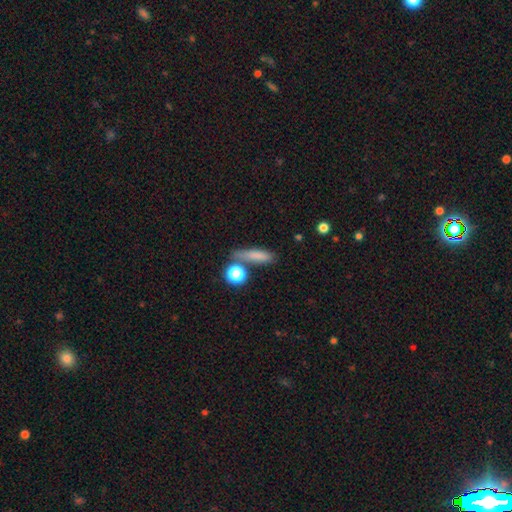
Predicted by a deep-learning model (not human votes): The model was most divided on "how rounded": cigar-shaped: 65%, in between: 26%, round: 9%. More confident: smooth or featured — smooth (77%); merging — none (65%).